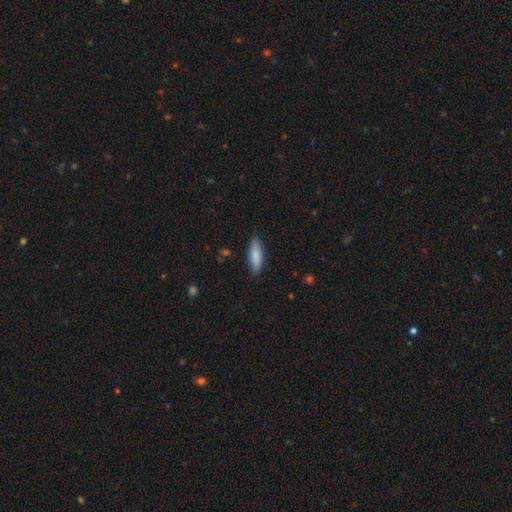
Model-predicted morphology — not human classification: smooth 82%, featured or disk 12%, star or artifact 6%. Down the decision tree: how rounded — cigar-shaped (58%); merging — none (86%).